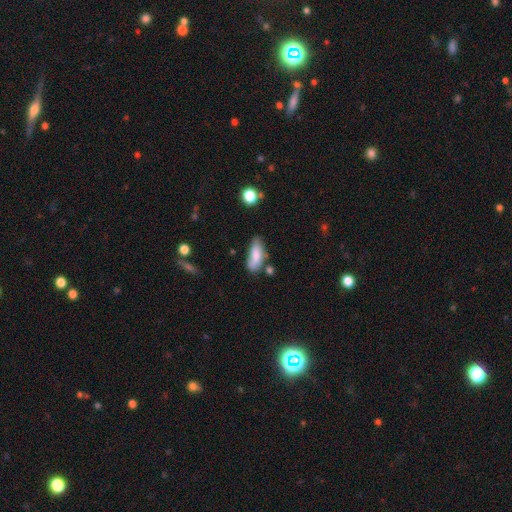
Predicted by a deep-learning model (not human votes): Smooth or featured? smooth (78%)
How rounded? in between (78%)
Merging? none (53%)